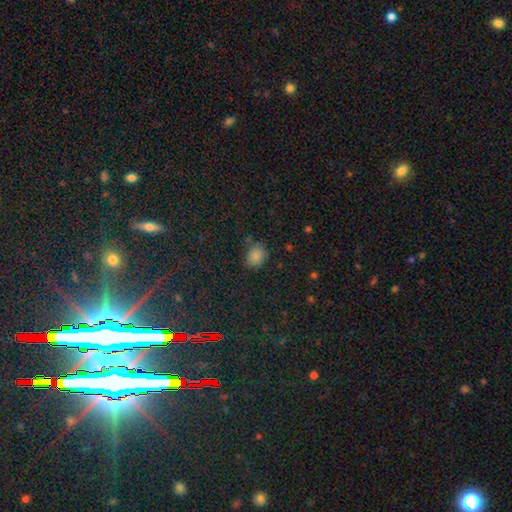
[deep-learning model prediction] smooth 81%, star or artifact 14%, featured or disk 5%. Down the decision tree: how rounded — round (57%); merging — none (75%).